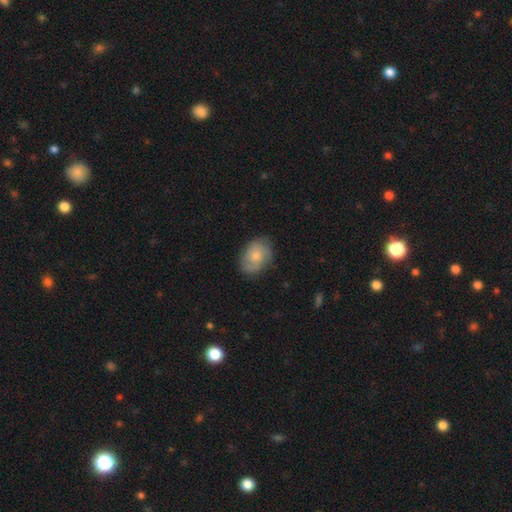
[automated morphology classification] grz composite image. It shows a smooth galaxy with no disk features (62%) that is in between round and cigar-shaped (75%). Merging: none (74%).